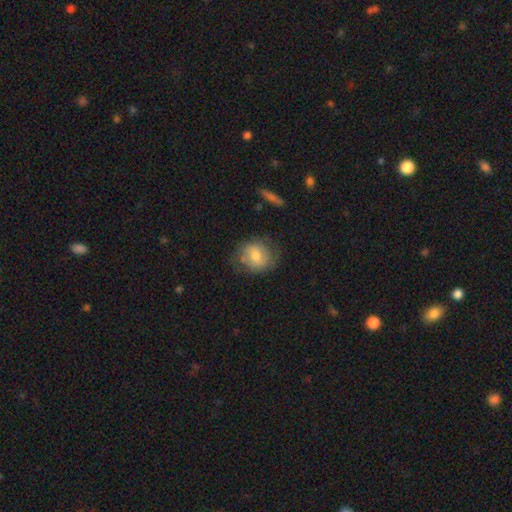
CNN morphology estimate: Smooth or featured? smooth (67%)
How rounded? round (70%)
Merging? none (68%)